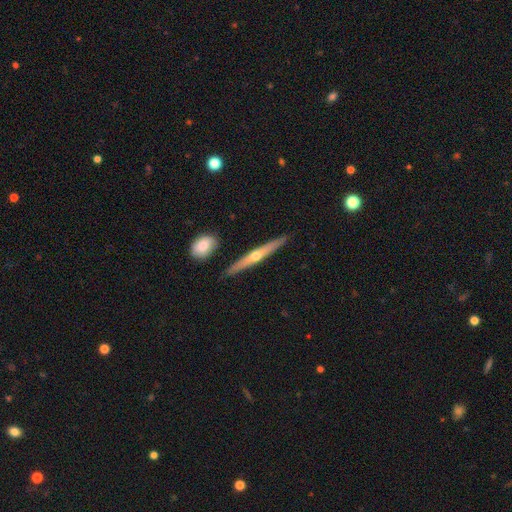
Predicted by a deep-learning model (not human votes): Overall: featured or disk (68%). Edge-on disk: yes (96%). Edge-on bulge: rounded (83%). Merging: none (89%).